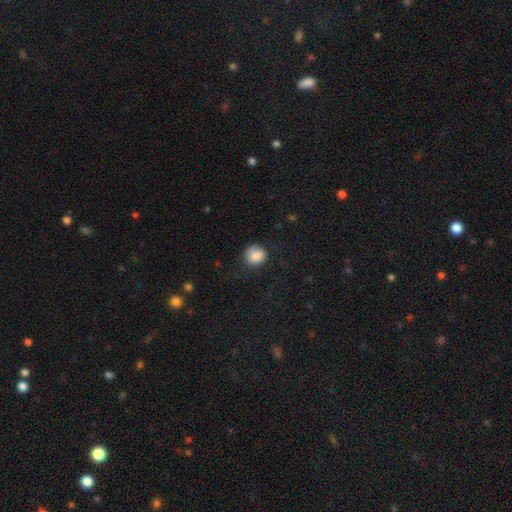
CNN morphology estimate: Smooth or featured: smooth — 84% (star or artifact — 8%)
How rounded: round — 82% (in between — 17%)
Merging: none — 70% (minor disturbance — 21%)